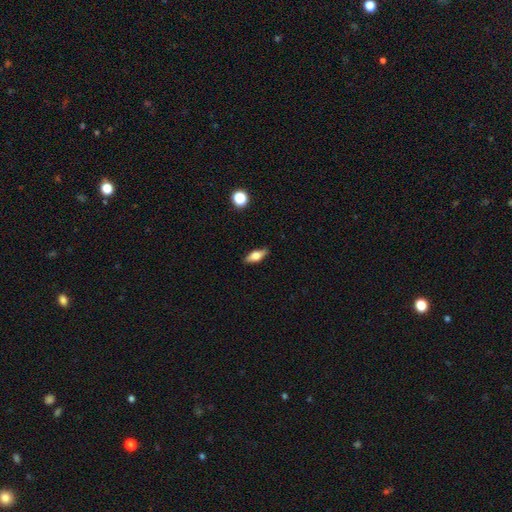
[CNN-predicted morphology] Q: Smooth or featured?
A: smooth (61%); runner-up: featured or disk (31%)
Q: How rounded?
A: in between (72%); runner-up: cigar-shaped (24%)
Q: Merging?
A: none (84%); runner-up: minor disturbance (12%)